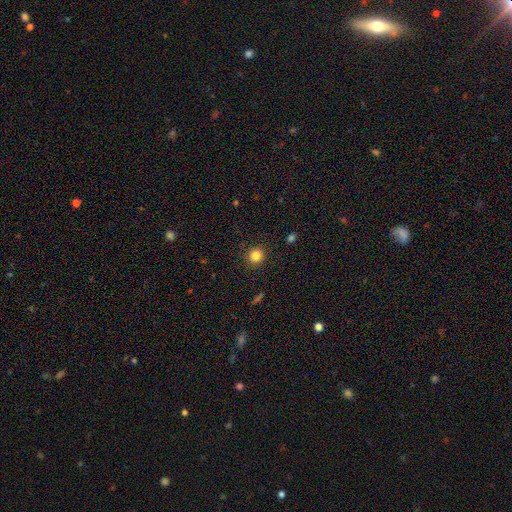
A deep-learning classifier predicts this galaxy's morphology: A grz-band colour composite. It shows a smooth galaxy with no disk features (84%) that is round (92%). Merging: none (90%).